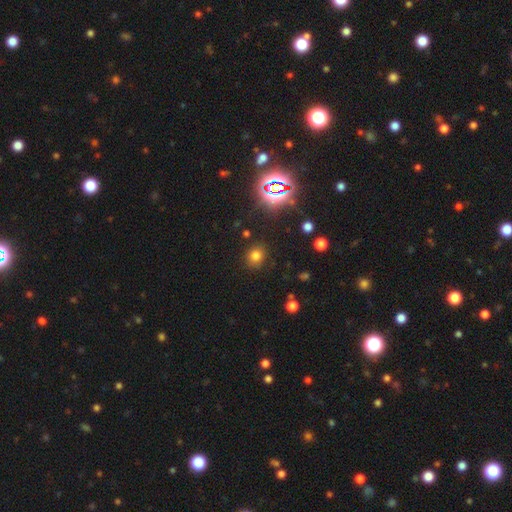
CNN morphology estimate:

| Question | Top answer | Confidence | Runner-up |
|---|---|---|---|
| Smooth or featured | smooth | 71% | star or artifact (22%) |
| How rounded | round | 81% | in between (18%) |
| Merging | none | 86% | minor disturbance (9%) |